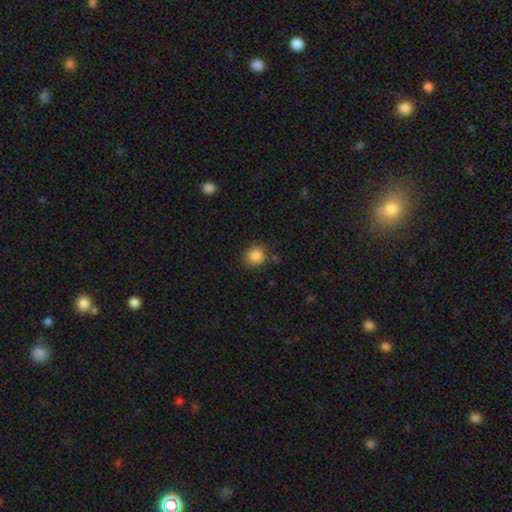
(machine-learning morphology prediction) The model was most divided on "how rounded": round: 83%, in between: 16%, cigar-shaped: 1%. More confident: smooth or featured — smooth (85%); merging — none (81%).